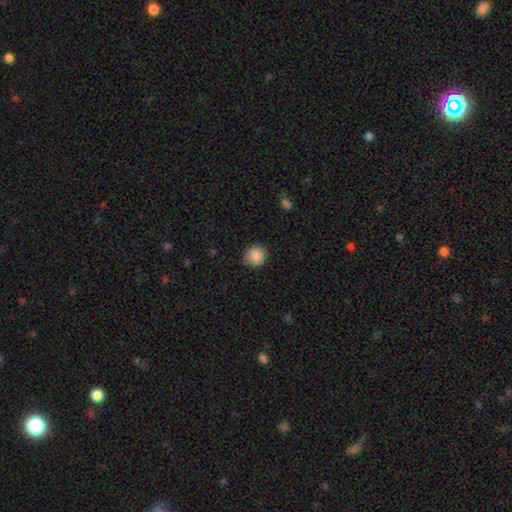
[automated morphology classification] smooth-or-featured: smooth: 89% | star or artifact: 8% | featured or disk: 3%
  how-rounded: round: 89% | in between: 10% | cigar-shaped: 1%
  merging: none: 89% | minor disturbance: 8% | major disturbance: 2% | merger: 1%